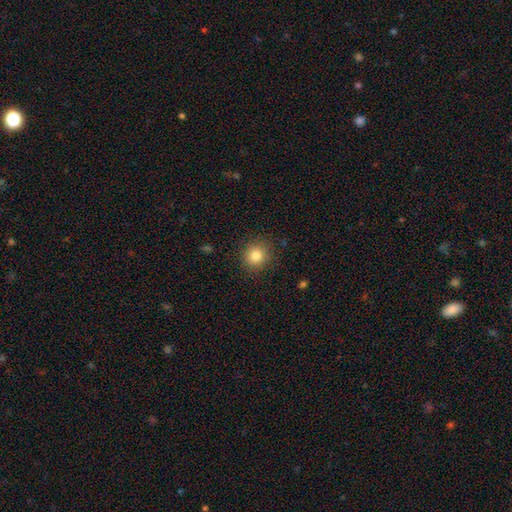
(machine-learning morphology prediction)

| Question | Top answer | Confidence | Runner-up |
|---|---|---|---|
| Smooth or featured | smooth | 83% | star or artifact (11%) |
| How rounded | round | 88% | in between (12%) |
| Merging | none | 89% | minor disturbance (7%) |